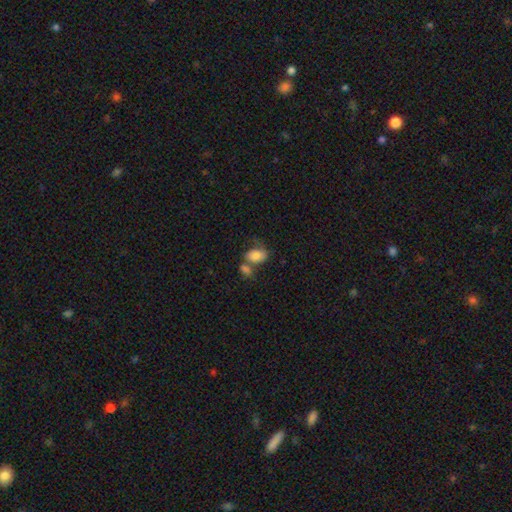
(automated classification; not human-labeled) This appears to be a smooth galaxy with no disk features (77%) that is in between round and cigar-shaped (84%). Merging: merger (47%).